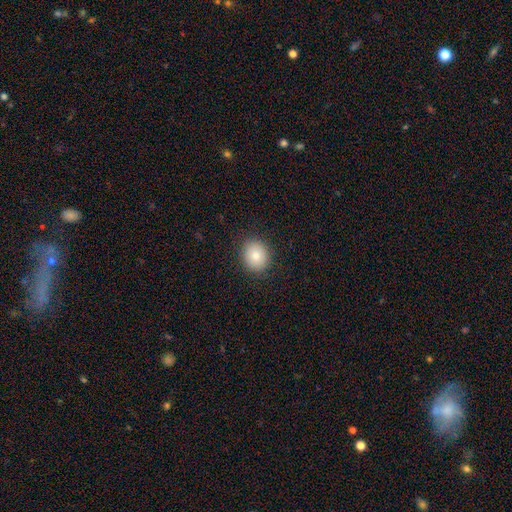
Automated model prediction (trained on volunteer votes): smooth_or_featured: smooth (p=0.83) [alt: star or artifact p=0.09]
how_rounded: round (p=0.68) [alt: in between p=0.31]
merging: none (p=0.89) [alt: minor disturbance p=0.08]